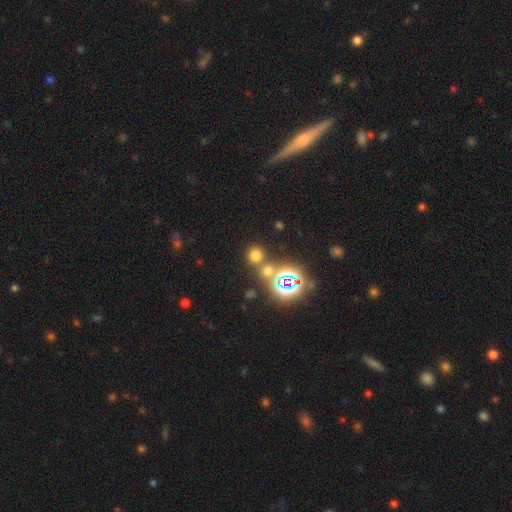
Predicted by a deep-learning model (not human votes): A smooth galaxy with no disk features (63%) that is round (89%). Merging: none (73%).